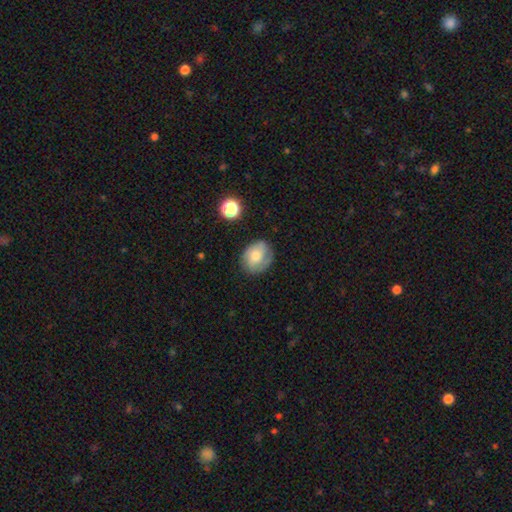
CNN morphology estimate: smooth_or_featured: smooth (p=0.59) [alt: featured or disk p=0.32]
how_rounded: round (p=0.57) [alt: in between p=0.42]
merging: none (p=0.70) [alt: minor disturbance p=0.21]